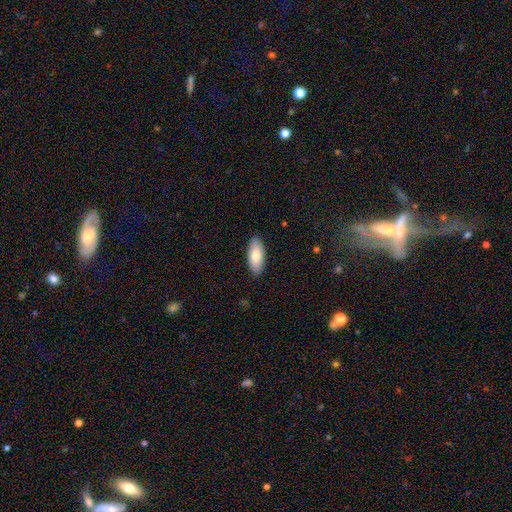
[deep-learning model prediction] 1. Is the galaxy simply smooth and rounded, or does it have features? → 80% smooth, 15% featured or disk, 6% star or artifact.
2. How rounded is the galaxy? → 89% in between, 9% cigar-shaped, 2% round.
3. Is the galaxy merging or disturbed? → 88% none, 9% minor disturbance, 2% major disturbance, 1% merger.